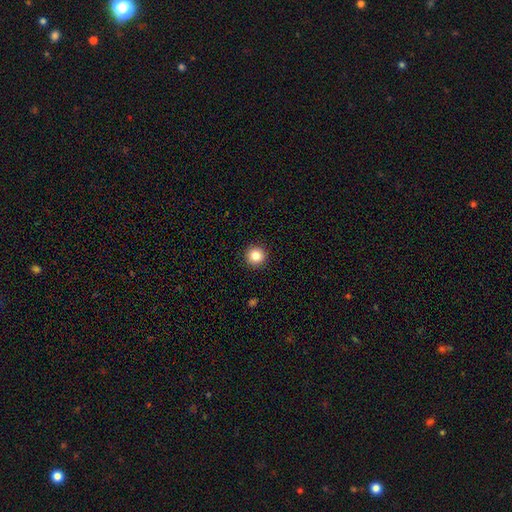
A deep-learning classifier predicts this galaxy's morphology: type=smooth (85%); roundness=round (95%); merging=none (92%).